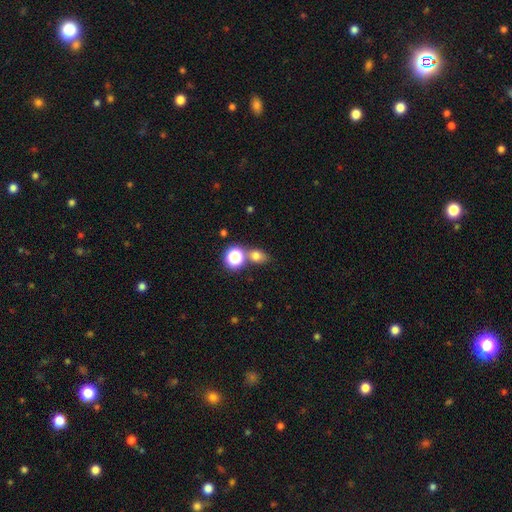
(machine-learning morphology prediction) Smooth or featured? Predicted: smooth (p=0.71). How rounded? Predicted: in between (p=0.51). Merging? Predicted: none (p=0.61).